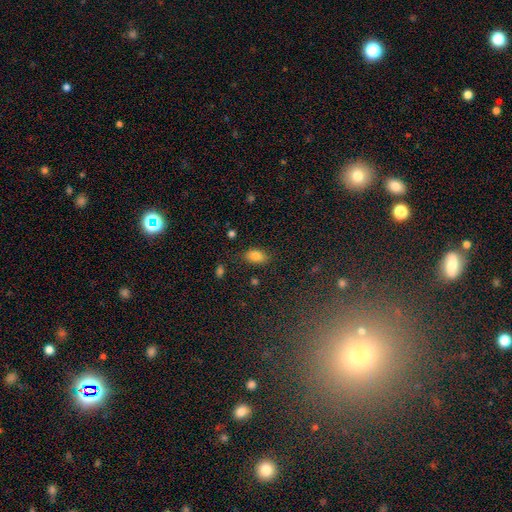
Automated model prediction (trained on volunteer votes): This is clearly a smooth galaxy (83%). How rounded: clearly in between (90%). Merging: clearly none (81%).